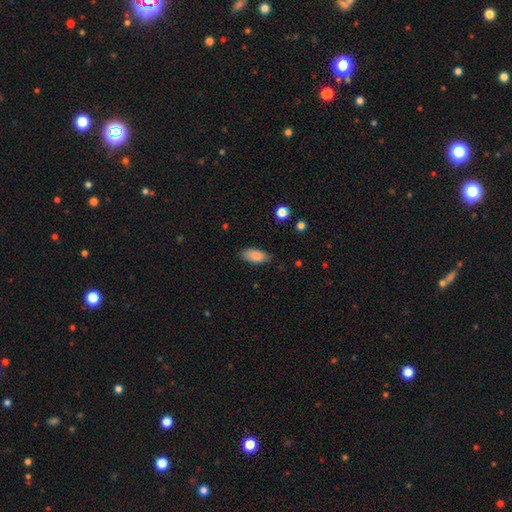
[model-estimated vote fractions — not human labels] Smooth or featured: smooth — 88% (star or artifact — 7%)
How rounded: in between — 89% (cigar-shaped — 8%)
Merging: none — 81% (minor disturbance — 15%)